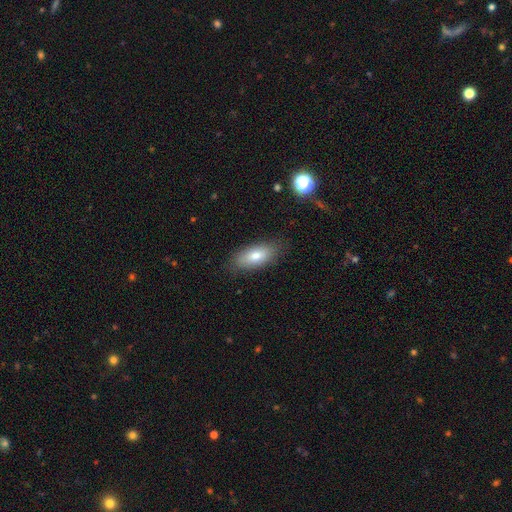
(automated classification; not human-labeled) Smooth or featured? smooth (77%)
How rounded? in between (84%)
Merging? none (83%)